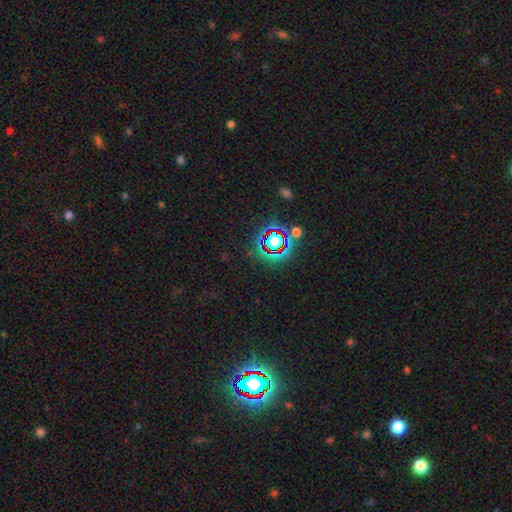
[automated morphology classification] Q: Smooth or featured?
A: star or artifact (80%); runner-up: smooth (11%)